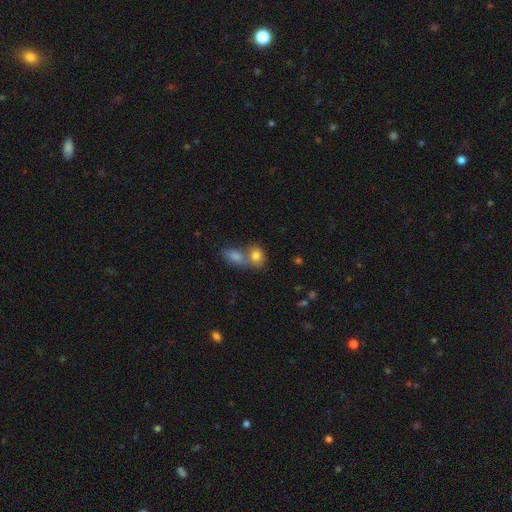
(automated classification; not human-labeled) This is clearly a smooth galaxy (81%). How rounded: likely in between (67%). Merging: possibly merger (53%).